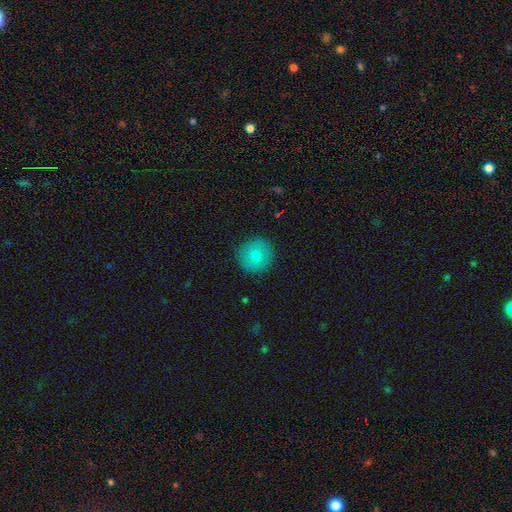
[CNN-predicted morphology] type=smooth (79%); roundness=round (93%); merging=none (88%).